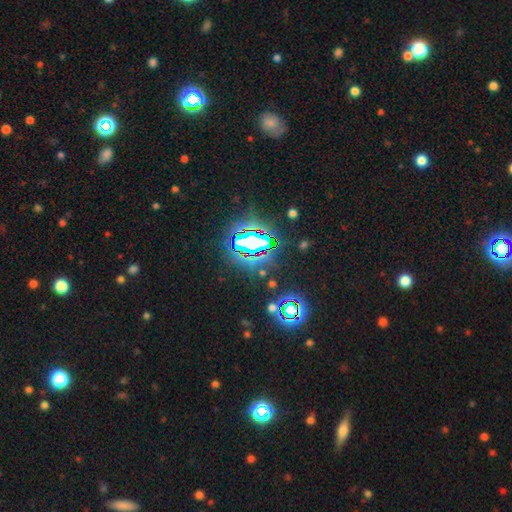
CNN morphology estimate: This is clearly a star or artifact rather than a galaxy (83%).